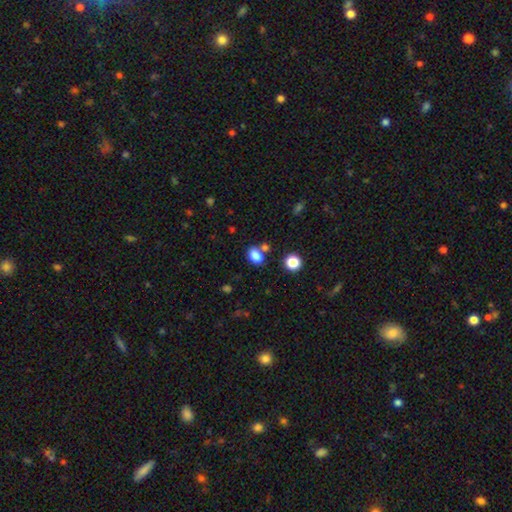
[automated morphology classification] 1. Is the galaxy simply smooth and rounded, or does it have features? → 83% smooth, 11% star or artifact, 5% featured or disk.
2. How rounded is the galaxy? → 76% in between, 22% round, 1% cigar-shaped.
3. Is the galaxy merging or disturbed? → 65% none, 18% merger, 12% minor disturbance, 4% major disturbance.